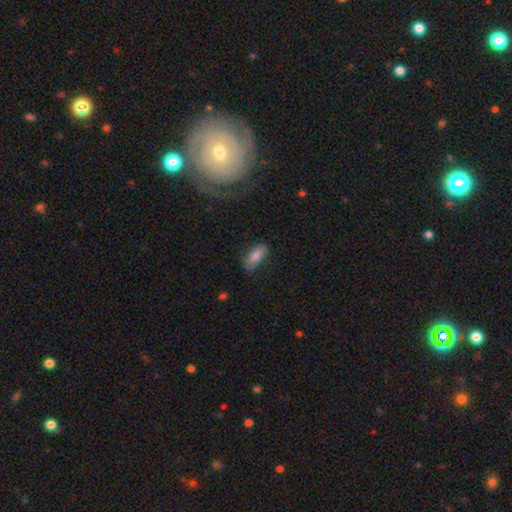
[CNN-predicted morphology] type=smooth (81%); roundness=in between (75%); merging=none (72%).